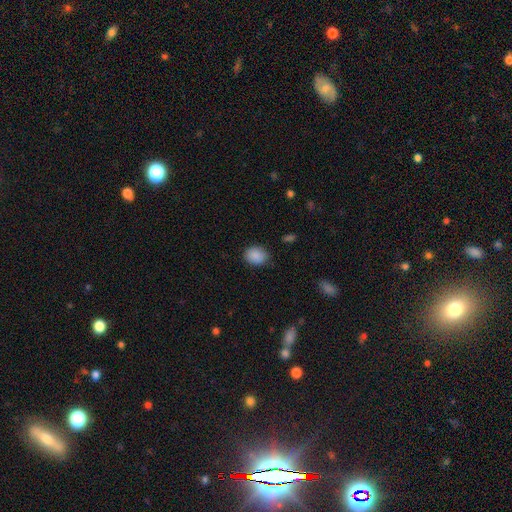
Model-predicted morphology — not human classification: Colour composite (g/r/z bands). It shows a smooth galaxy with no disk features (88%) that is in between round and cigar-shaped (51%). Merging: none (83%).